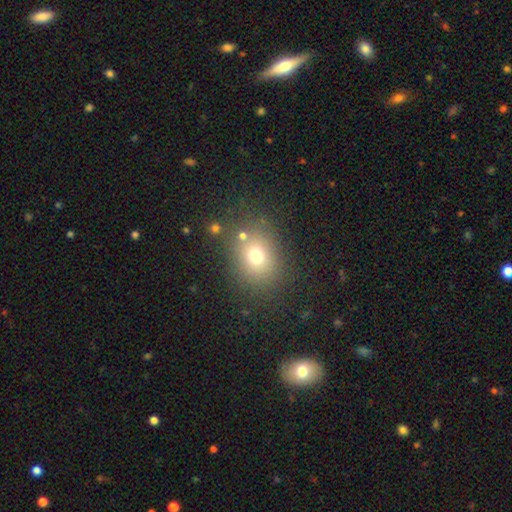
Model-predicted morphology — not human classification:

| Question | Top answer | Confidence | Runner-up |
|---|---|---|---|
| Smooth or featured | smooth | 70% | star or artifact (17%) |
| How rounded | round | 56% | in between (43%) |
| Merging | none | 77% | minor disturbance (11%) |